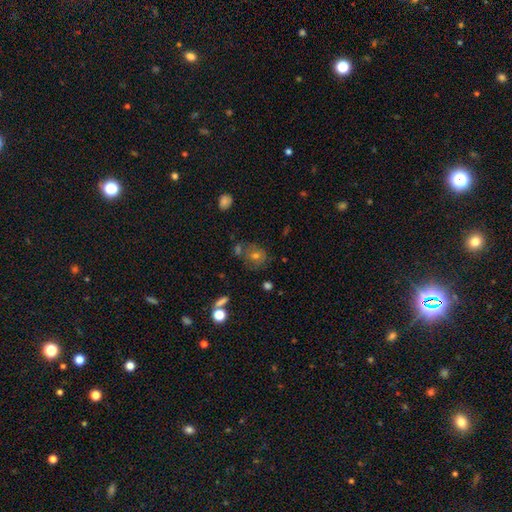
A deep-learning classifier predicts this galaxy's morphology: Q: Smooth or featured?
A: smooth (50%); runner-up: featured or disk (28%)
Q: Merging?
A: none (63%); runner-up: minor disturbance (16%)